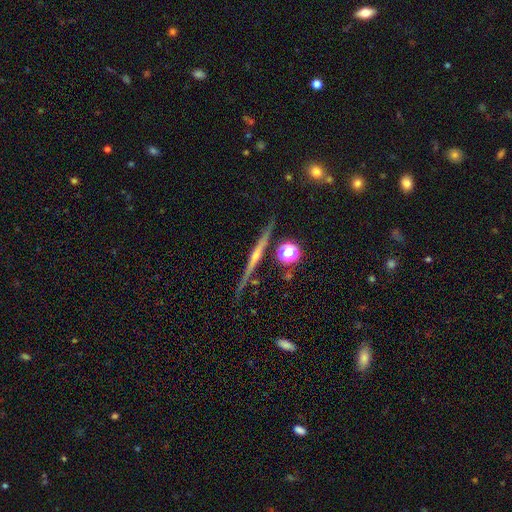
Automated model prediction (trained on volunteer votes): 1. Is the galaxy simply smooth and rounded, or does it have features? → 76% featured or disk, 15% smooth, 10% star or artifact.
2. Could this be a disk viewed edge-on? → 98% yes, 2% no.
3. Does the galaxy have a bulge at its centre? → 69% rounded, 22% none, 9% boxy.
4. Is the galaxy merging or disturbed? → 85% none, 10% minor disturbance, 3% merger, 2% major disturbance.